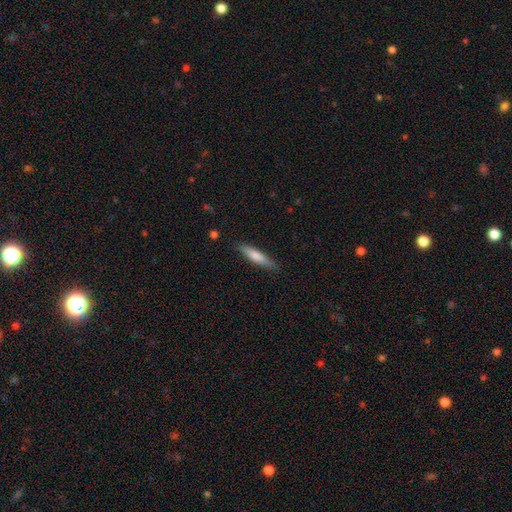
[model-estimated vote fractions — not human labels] Morphology: type=smooth (73%); roundness=cigar-shaped (81%); merging=none (85%).